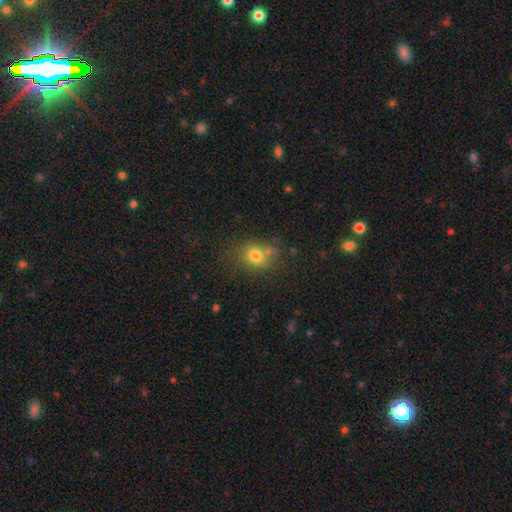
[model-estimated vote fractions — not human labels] This is likely a smooth galaxy (77%). How rounded: likely round (63%). Merging: likely none (65%).